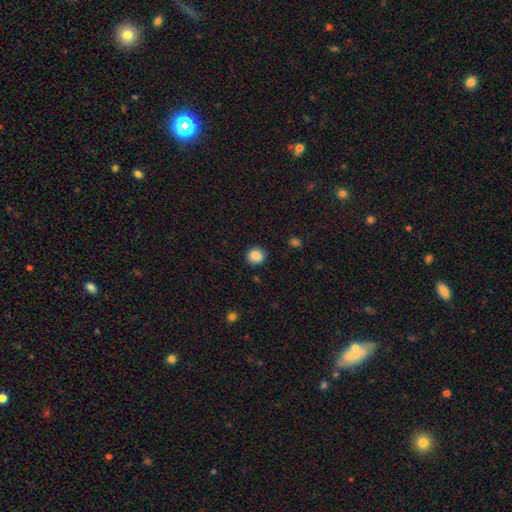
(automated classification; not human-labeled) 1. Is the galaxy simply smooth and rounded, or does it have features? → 88% smooth, 10% star or artifact, 3% featured or disk.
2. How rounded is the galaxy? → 89% round, 10% in between, 1% cigar-shaped.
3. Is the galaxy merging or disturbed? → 89% none, 7% minor disturbance, 2% major disturbance, 1% merger.